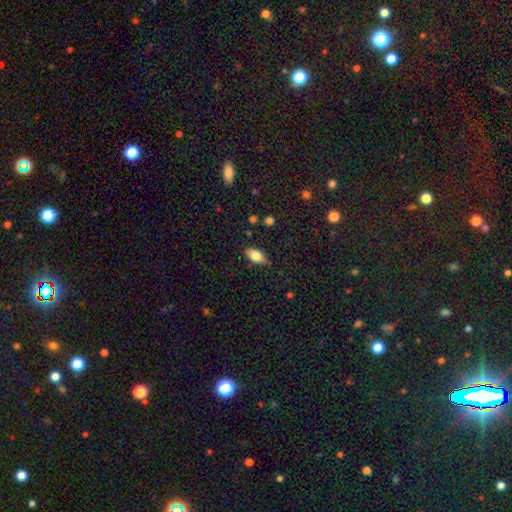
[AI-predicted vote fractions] Smooth or featured? smooth (76%)
How rounded? in between (87%)
Merging? none (79%)